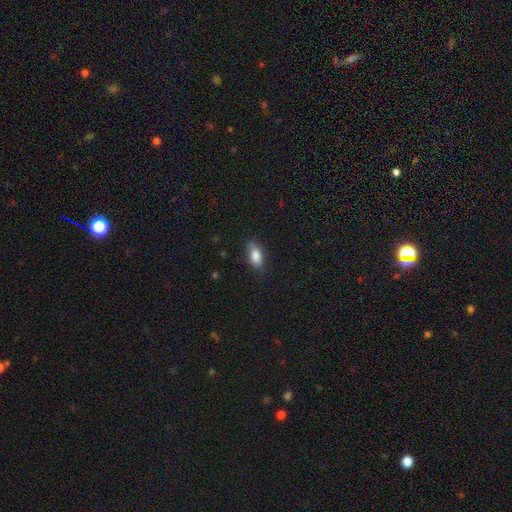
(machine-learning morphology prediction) A smooth galaxy with no disk features (85%) that is in between round and cigar-shaped (87%).

Vote fractions:
- Smooth or featured? smooth: 85% / featured or disk: 8% / star or artifact: 7%
- How rounded? in between: 87% / cigar-shaped: 9% / round: 4%
- Merging? none: 80% / minor disturbance: 16% / major disturbance: 3% / merger: 1%